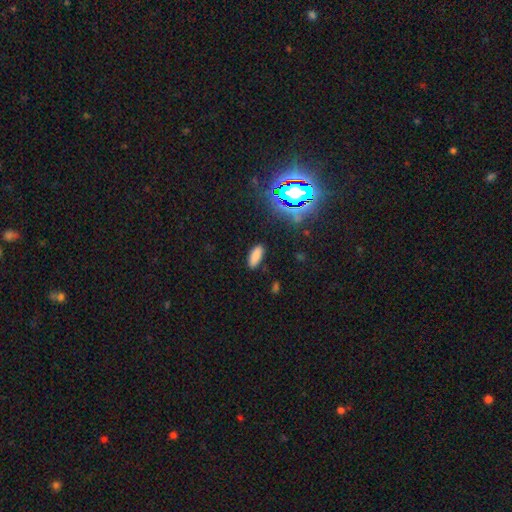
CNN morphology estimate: smooth-or-featured: smooth: 80% | star or artifact: 14% | featured or disk: 5%
  how-rounded: in between: 80% | cigar-shaped: 18% | round: 2%
  merging: none: 87% | minor disturbance: 9% | major disturbance: 2% | merger: 1%